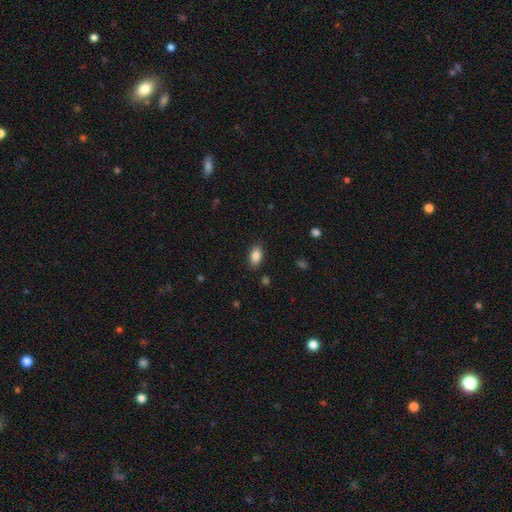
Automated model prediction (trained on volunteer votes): Overall: smooth (86%). How rounded: in between (90%). Merging: none (86%).